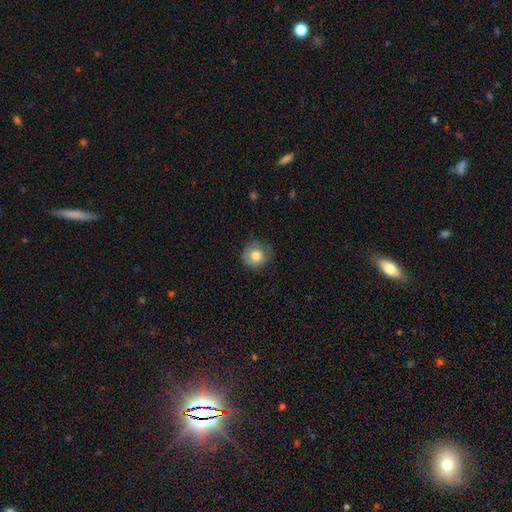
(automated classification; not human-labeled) Q: Smooth or featured?
A: smooth (81%); runner-up: featured or disk (11%)
Q: How rounded?
A: round (90%); runner-up: in between (9%)
Q: Merging?
A: none (74%); runner-up: minor disturbance (19%)